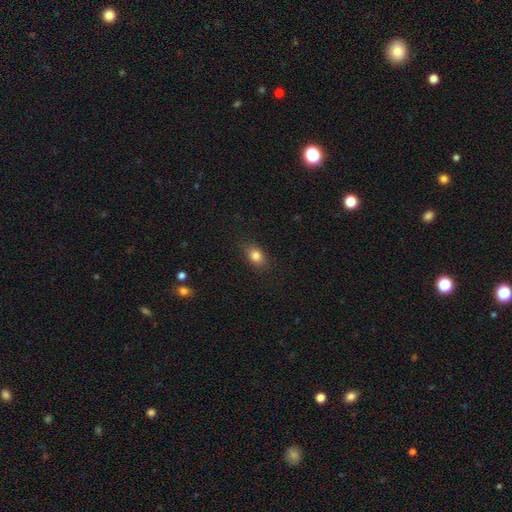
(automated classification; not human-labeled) Morphology: type=smooth (83%); roundness=in between (69%); merging=none (83%).